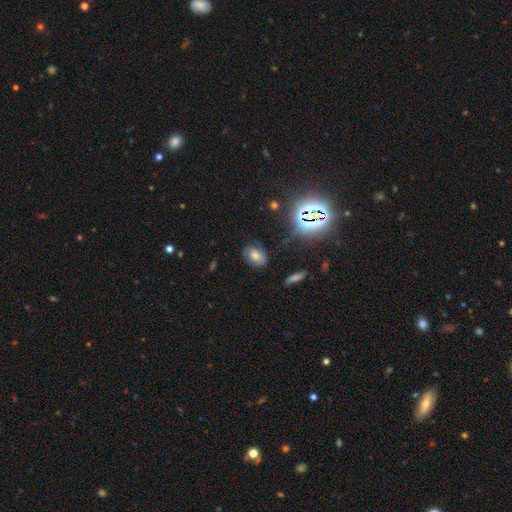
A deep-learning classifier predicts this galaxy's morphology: The model was most divided on "smooth or featured": smooth: 60%, star or artifact: 22%, featured or disk: 18%. More confident: how rounded — in between (80%); merging — none (75%).